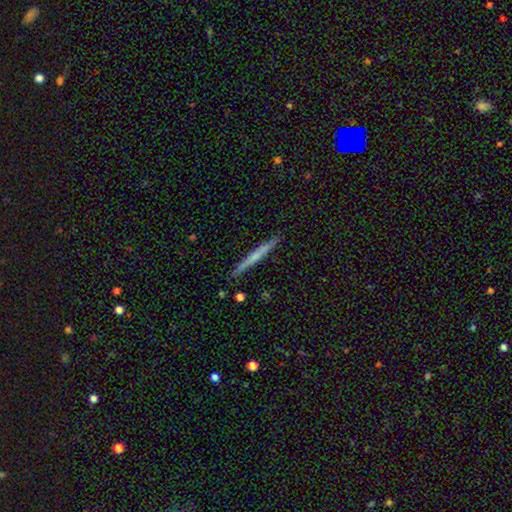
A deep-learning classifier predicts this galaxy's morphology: Overall: smooth (48%; featured or disk 46%). Merging: none (91%).